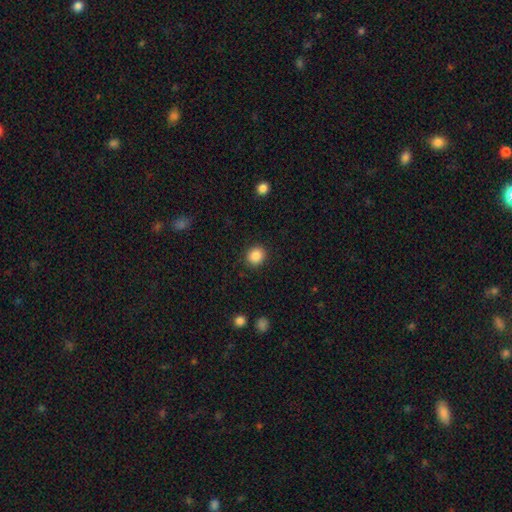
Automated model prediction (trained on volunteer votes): Smooth or featured: smooth — 87% (star or artifact — 9%)
How rounded: round — 84% (in between — 15%)
Merging: none — 90% (minor disturbance — 6%)